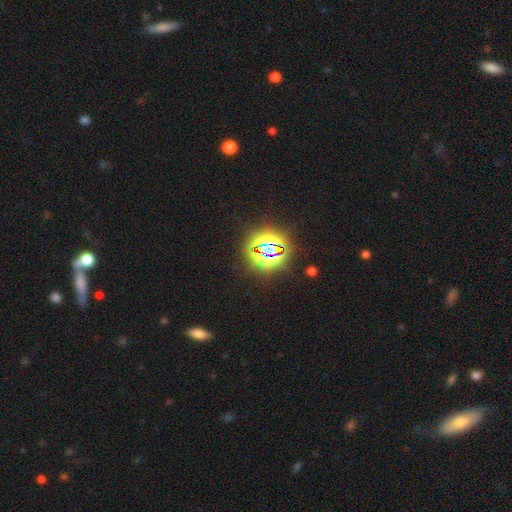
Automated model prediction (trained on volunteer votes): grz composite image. It shows a star or artifact, not a galaxy (80%).